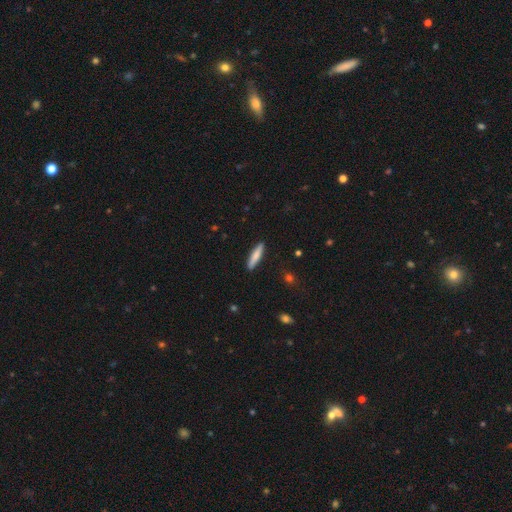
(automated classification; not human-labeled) smooth_or_featured: smooth (p=0.76) [alt: featured or disk p=0.18]
how_rounded: cigar-shaped (p=0.86) [alt: in between p=0.13]
merging: none (p=0.90) [alt: minor disturbance p=0.07]